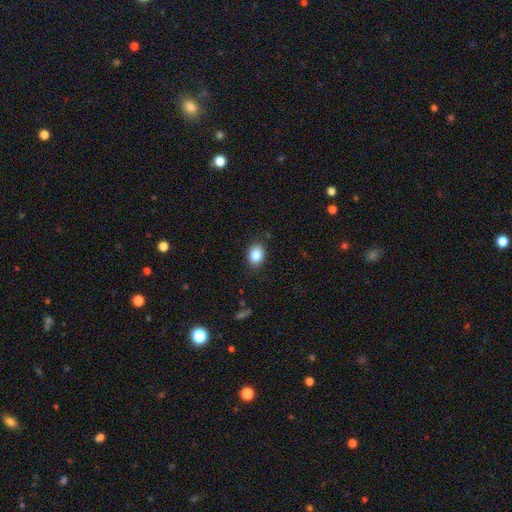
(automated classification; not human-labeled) smooth 85%, star or artifact 9%, featured or disk 6%. Down the decision tree: how rounded — in between (59%); merging — none (85%).